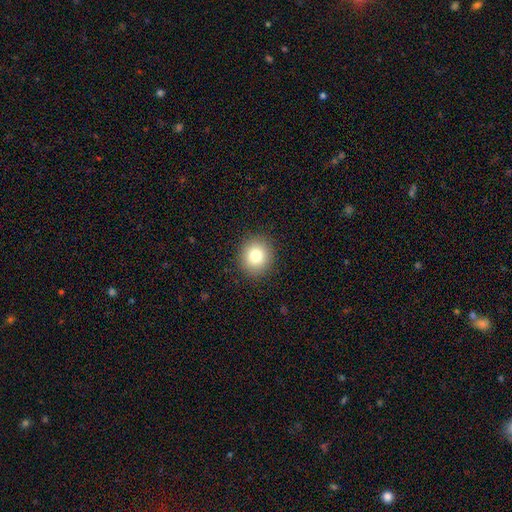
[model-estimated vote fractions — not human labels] Overall: smooth (81%). How rounded: round (88%). Merging: none (91%).